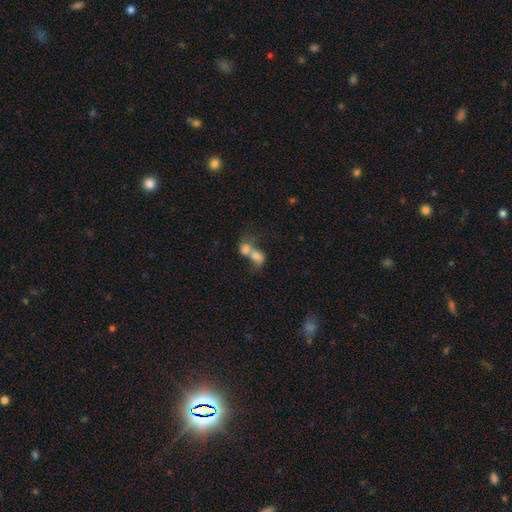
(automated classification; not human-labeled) The model was most divided on "how rounded": in between: 59%, round: 38%, cigar-shaped: 2%. More confident: merging — merger (76%); smooth or featured — smooth (71%).